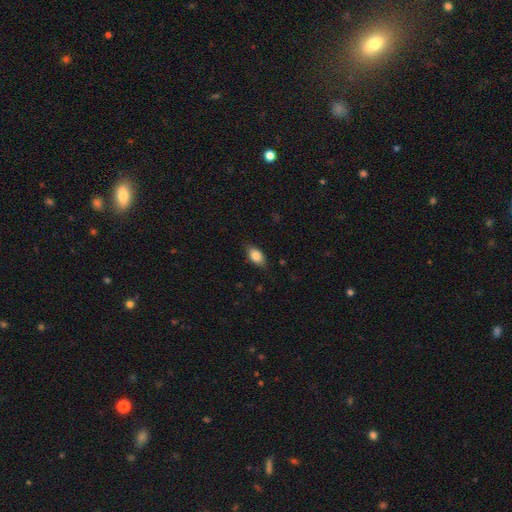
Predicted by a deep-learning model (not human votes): This appears to be a smooth galaxy with no disk features (84%) that is in between round and cigar-shaped (88%). Merging: none (80%).